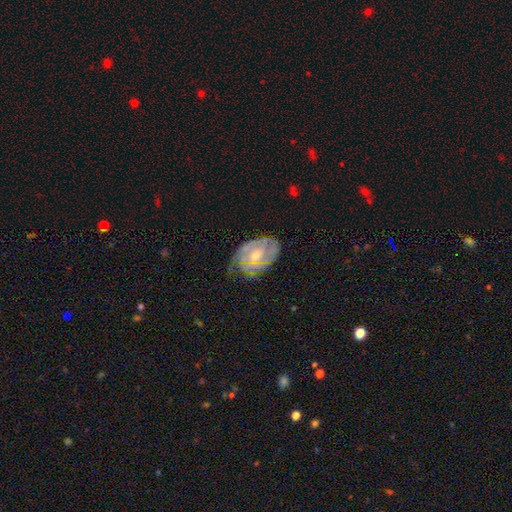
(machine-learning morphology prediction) This is likely a featured or disk galaxy (73%). It is clearly not viewed edge-on (95%). Bar: possibly no (49%). Spiral arm pattern: clearly yes (81%). Spiral arm count: possibly can't tell (45%). Spiral winding: likely tight (63%). Central bulge: possibly moderate (50%). Merging: likely none (63%).